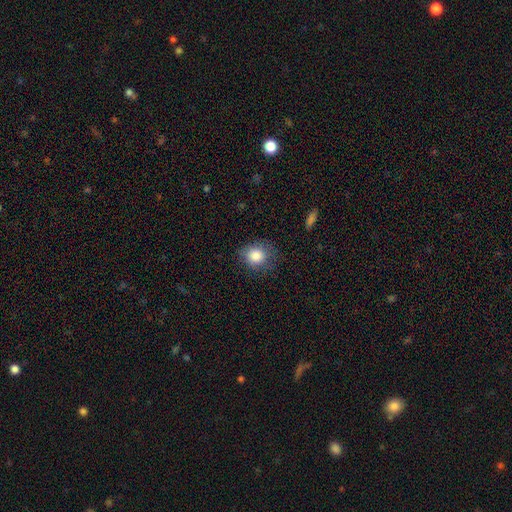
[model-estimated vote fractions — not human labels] smooth-or-featured: smooth: 84% | star or artifact: 9% | featured or disk: 7%
  how-rounded: round: 73% | in between: 26% | cigar-shaped: 1%
  merging: none: 73% | minor disturbance: 20% | major disturbance: 6% | merger: 1%